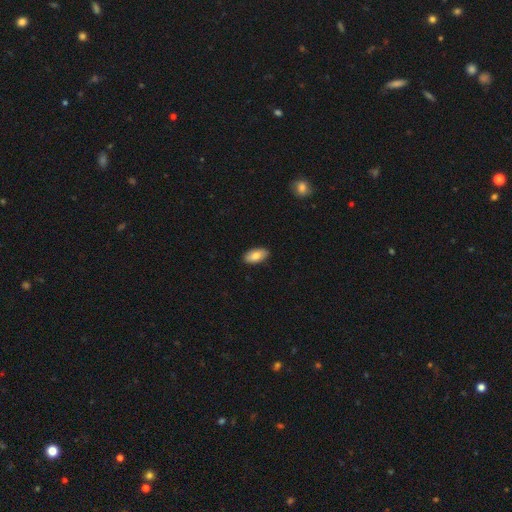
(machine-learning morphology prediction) Q: Smooth or featured?
A: smooth (82%); runner-up: featured or disk (12%)
Q: How rounded?
A: in between (94%); runner-up: cigar-shaped (3%)
Q: Merging?
A: none (89%); runner-up: minor disturbance (8%)